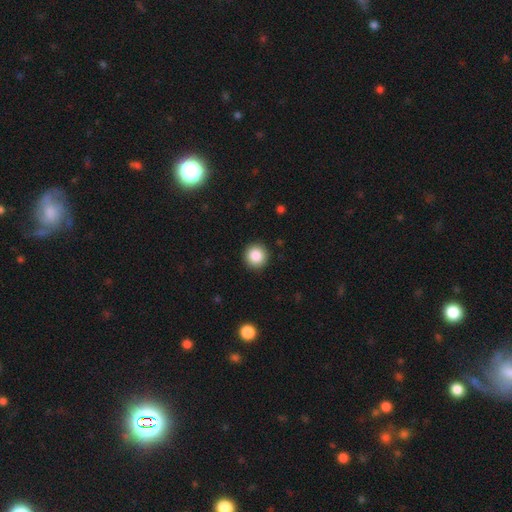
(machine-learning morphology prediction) This is clearly a smooth galaxy (87%). How rounded: clearly round (95%). Merging: clearly none (92%).